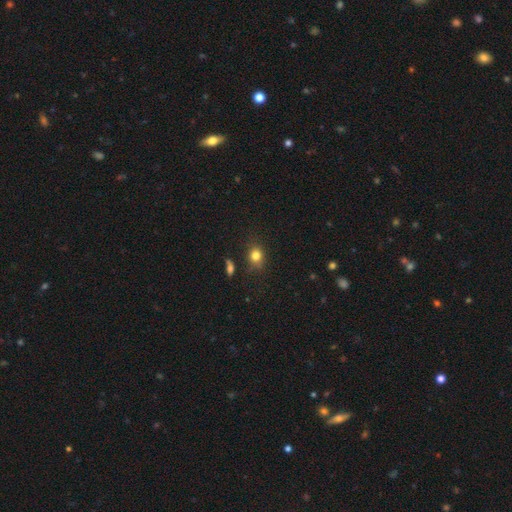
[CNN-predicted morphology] smooth_or_featured: smooth (p=0.79) [alt: star or artifact p=0.13]
how_rounded: round (p=0.59) [alt: in between p=0.39]
merging: none (p=0.74) [alt: minor disturbance p=0.18]